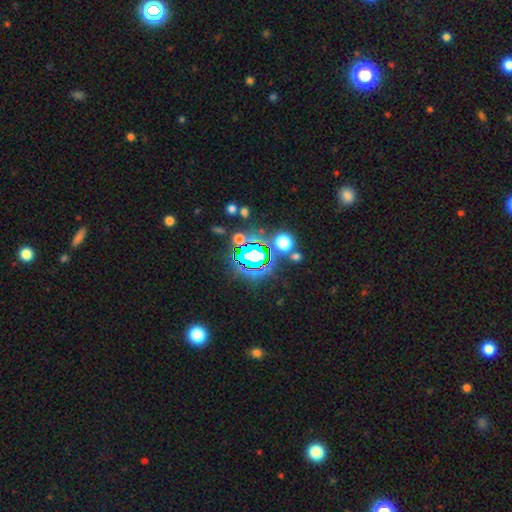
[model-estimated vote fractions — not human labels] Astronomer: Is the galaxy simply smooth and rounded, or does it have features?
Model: star or artifact — 71%.